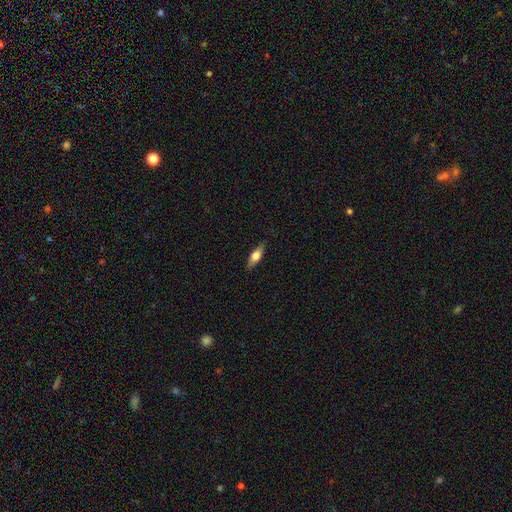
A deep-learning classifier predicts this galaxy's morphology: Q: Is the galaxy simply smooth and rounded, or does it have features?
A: smooth — 58%.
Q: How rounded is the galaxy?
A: in between — 58%.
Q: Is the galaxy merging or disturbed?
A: none — 85%.